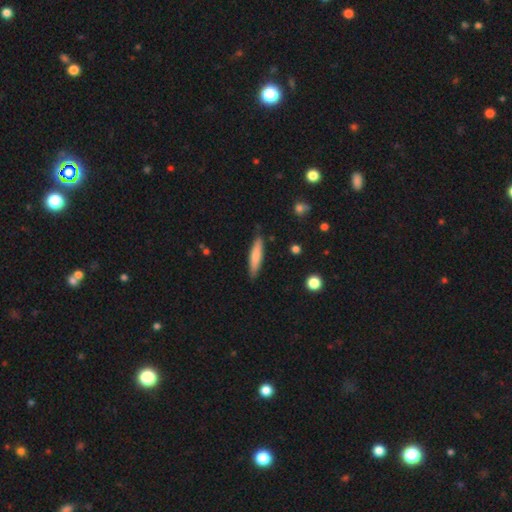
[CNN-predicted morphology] Smooth or featured: smooth — 73% (featured or disk — 22%)
How rounded: cigar-shaped — 84% (in between — 14%)
Merging: none — 86% (minor disturbance — 11%)